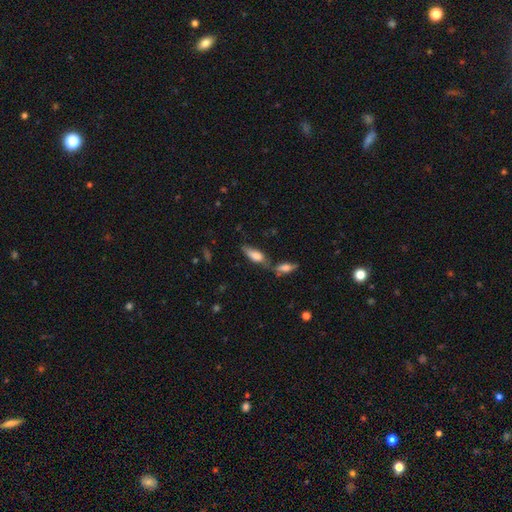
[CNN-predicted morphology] smooth-or-featured: smooth: 69% | featured or disk: 23% | star or artifact: 8%
  how-rounded: in between: 64% | cigar-shaped: 34% | round: 3%
  merging: none: 43% | merger: 33% | minor disturbance: 17% | major disturbance: 7%